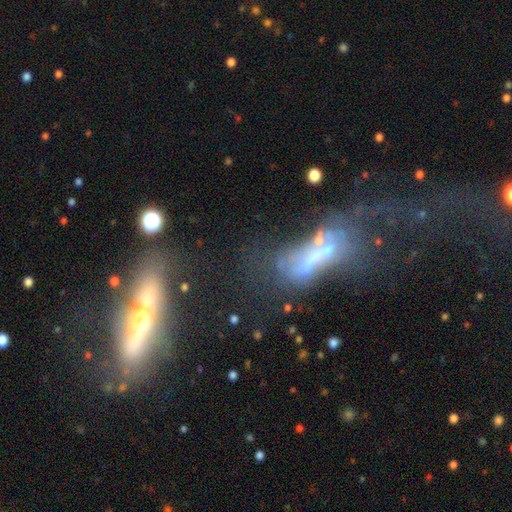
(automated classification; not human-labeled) smooth_or_featured: featured or disk (p=0.50) [alt: smooth p=0.33]
merging: none (p=0.30) [alt: merger p=0.26]